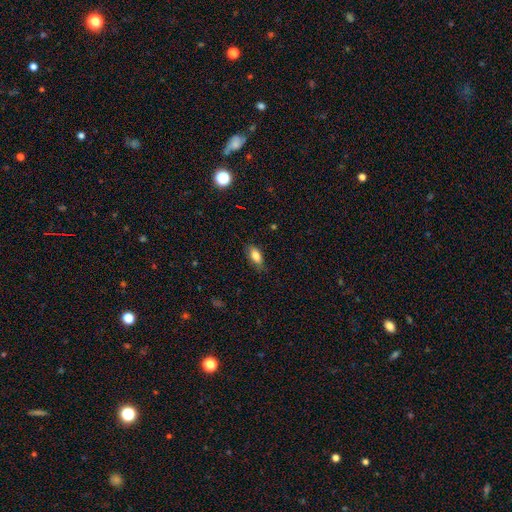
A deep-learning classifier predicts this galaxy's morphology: smooth 83%, featured or disk 9%, star or artifact 8%. Down the decision tree: how rounded — in between (85%); merging — none (77%).